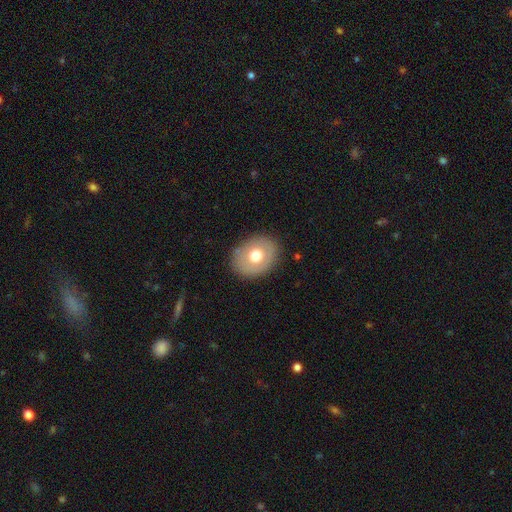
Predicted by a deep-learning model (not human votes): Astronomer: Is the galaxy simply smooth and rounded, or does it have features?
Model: smooth — 63%.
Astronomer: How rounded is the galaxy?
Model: in between — 56% (runner-up: round, 43%).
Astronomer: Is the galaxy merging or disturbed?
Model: none — 85%.